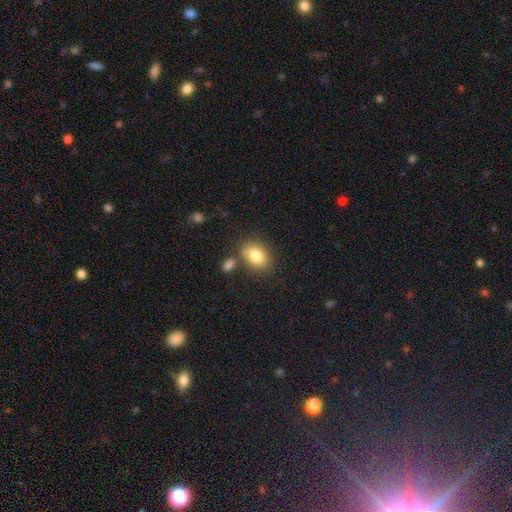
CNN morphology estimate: The model was most divided on "how rounded": in between: 75%, round: 24%, cigar-shaped: 1%. More confident: smooth or featured — smooth (83%); merging — none (69%).